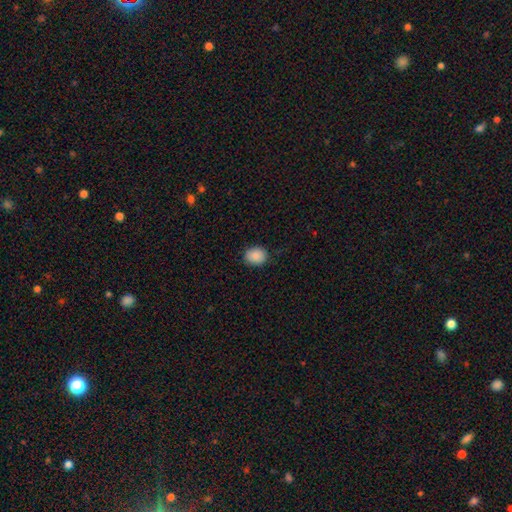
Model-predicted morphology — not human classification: smooth_or_featured: smooth (p=0.89) [alt: star or artifact p=0.08]
how_rounded: in between (p=0.50) [alt: round p=0.49]
merging: none (p=0.86) [alt: minor disturbance p=0.11]